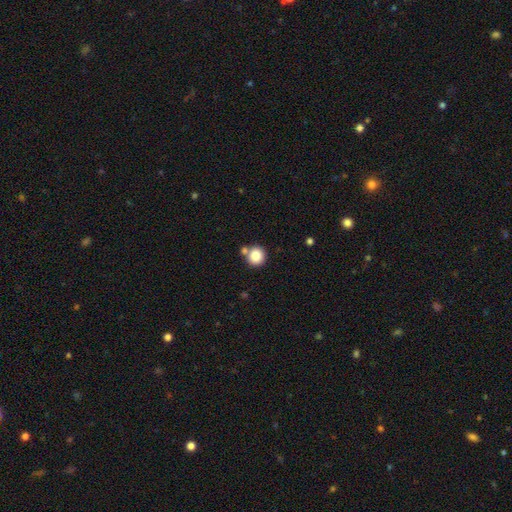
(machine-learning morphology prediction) Smooth or featured? smooth (83%)
How rounded? round (91%)
Merging? none (70%)